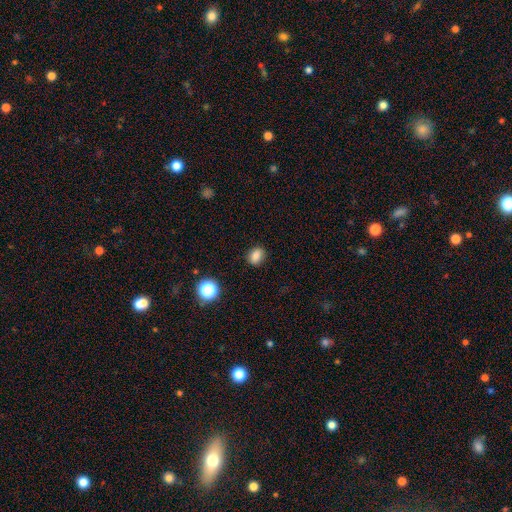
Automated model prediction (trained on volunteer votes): Smooth or featured? smooth (81%)
How rounded? in between (53%)
Merging? none (87%)